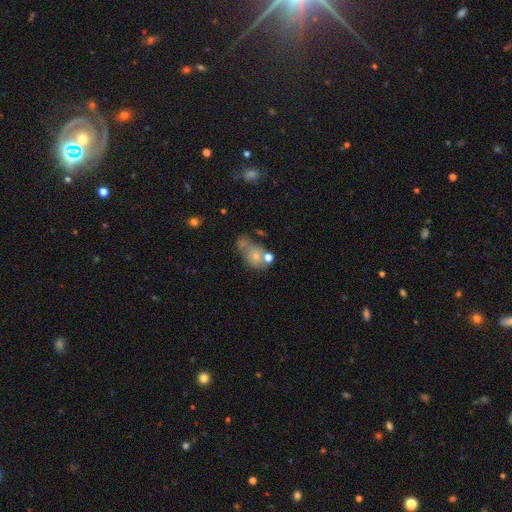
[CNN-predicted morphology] Smooth or featured: smooth — 65% (featured or disk — 23%)
How rounded: in between — 64% (round — 34%)
Merging: merger — 39% (none — 31%)